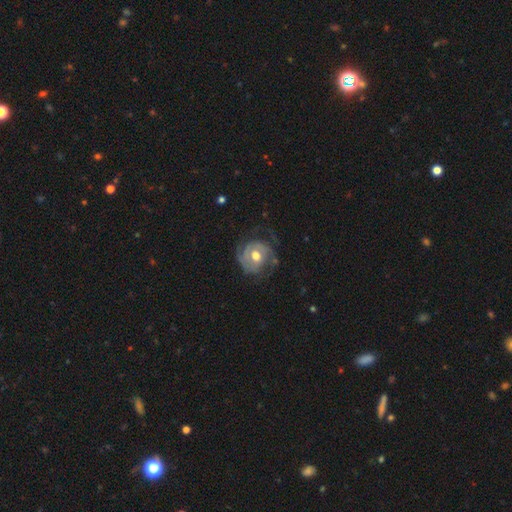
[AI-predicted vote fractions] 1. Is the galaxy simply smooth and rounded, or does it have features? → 75% featured or disk, 19% smooth, 5% star or artifact.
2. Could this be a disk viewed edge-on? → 98% no, 2% yes.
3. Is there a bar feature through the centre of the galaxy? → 63% no, 30% weak, 7% strong.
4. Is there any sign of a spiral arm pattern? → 86% yes, 14% no.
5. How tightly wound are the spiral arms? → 58% tight, 29% medium, 13% loose.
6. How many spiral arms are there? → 42% 2, 26% can't tell, 13% 3, 12% 1, 4% 4, 3% more than 4.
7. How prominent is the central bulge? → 77% moderate, 13% large, 8% small, 1% dominant, 1% none.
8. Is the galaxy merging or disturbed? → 60% none, 22% minor disturbance, 17% major disturbance, 2% merger.